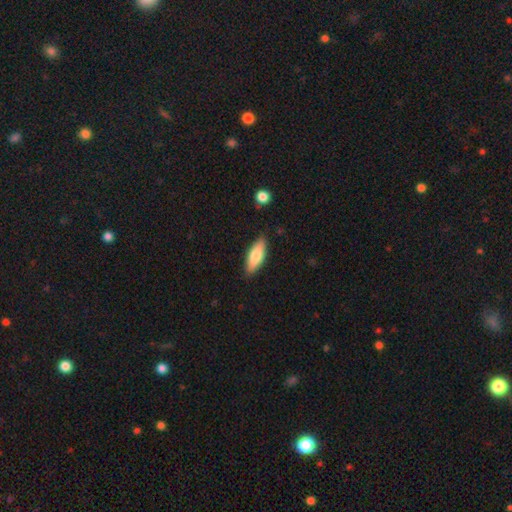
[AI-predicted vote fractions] The model was most divided on "how rounded": in between: 64%, cigar-shaped: 34%, round: 2%. More confident: merging — none (85%); smooth or featured — smooth (75%).